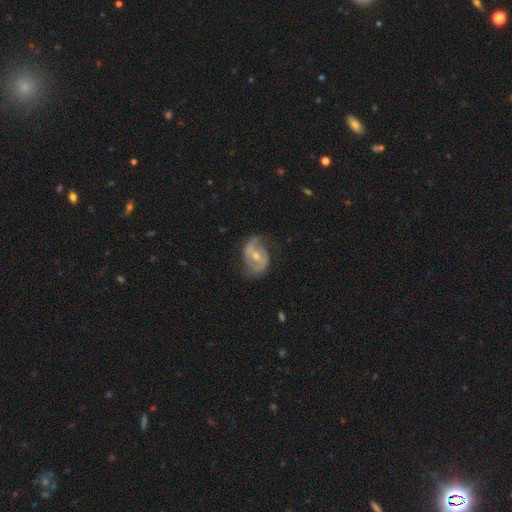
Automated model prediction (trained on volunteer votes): Smooth or featured? featured or disk (76%)
Edge-on disk? no (96%)
Bar? weak (42%)
Spiral arms? yes (76%)
Spiral winding? medium (44%)
Spiral arm count? 2 (77%)
Bulge size? moderate (62%)
Merging? none (61%)